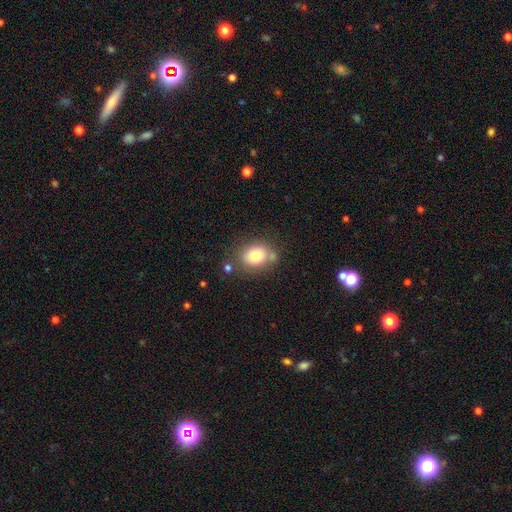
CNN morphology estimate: This is likely a smooth galaxy (79%). How rounded: possibly in between (56%). Merging: likely none (67%).